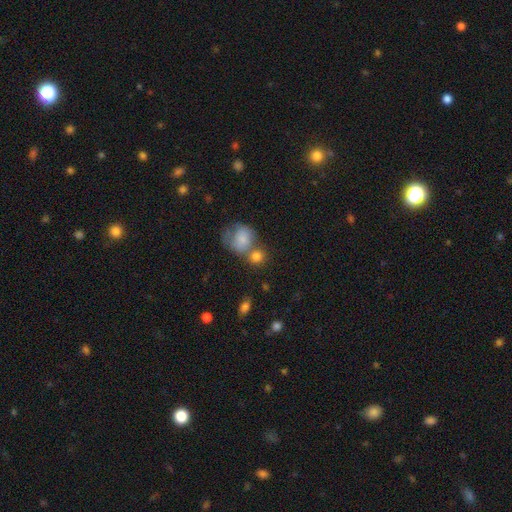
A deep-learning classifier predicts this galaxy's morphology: Smooth or featured: smooth — 68% (featured or disk — 17%)
How rounded: round — 72% (in between — 26%)
Merging: none — 42% (merger — 34%)